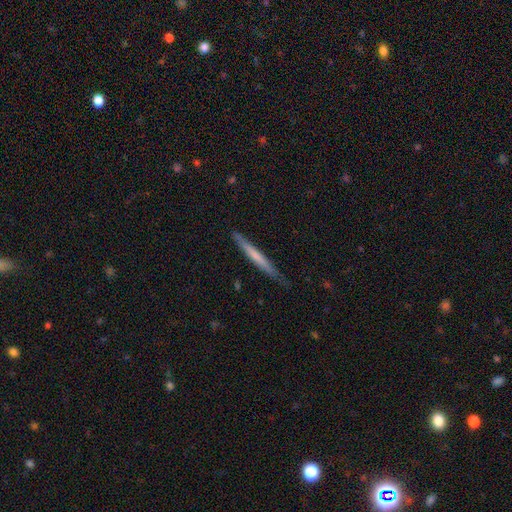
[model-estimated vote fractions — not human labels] The model was most divided on "smooth or featured": smooth: 54%, featured or disk: 41%, star or artifact: 5%. More confident: how rounded — cigar-shaped (97%); merging — none (82%).